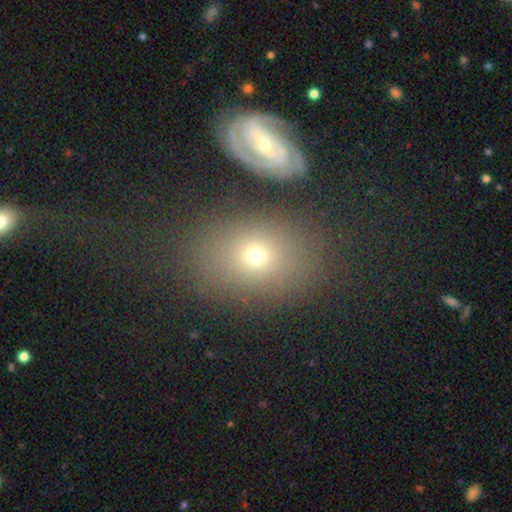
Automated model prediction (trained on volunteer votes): A smooth galaxy with no disk features (56%) that is in between round and cigar-shaped (68%). Merging: none (72%).